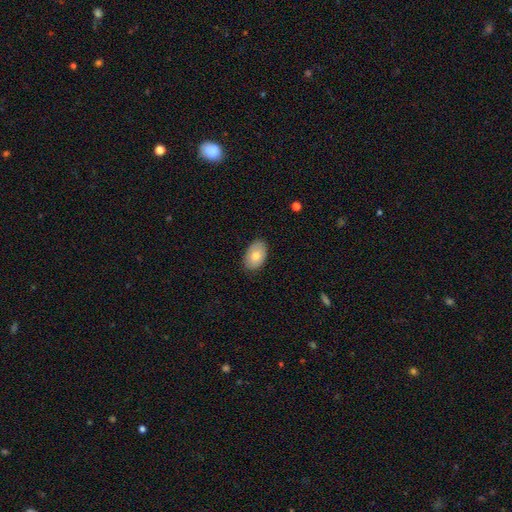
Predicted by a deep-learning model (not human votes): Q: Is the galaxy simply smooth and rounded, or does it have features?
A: smooth — 78%.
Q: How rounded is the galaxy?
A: in between — 89%.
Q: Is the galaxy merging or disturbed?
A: none — 85%.